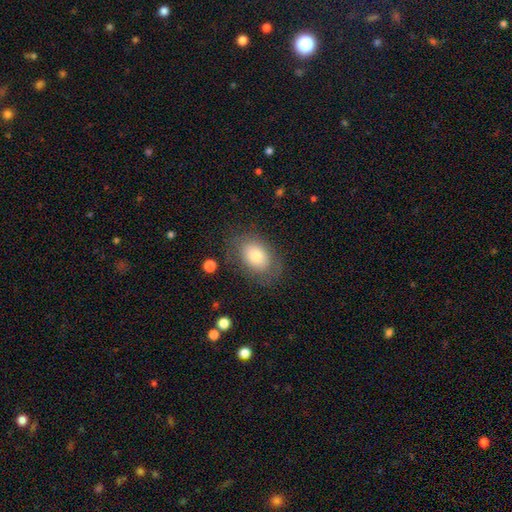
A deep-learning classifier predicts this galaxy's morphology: A smooth galaxy with no disk features (73%) that is in between round and cigar-shaped (79%).

Vote fractions:
- Smooth or featured? smooth: 73% / featured or disk: 18% / star or artifact: 8%
- How rounded? in between: 79% / round: 20% / cigar-shaped: 1%
- Merging? none: 74% / minor disturbance: 16% / major disturbance: 8% / merger: 2%